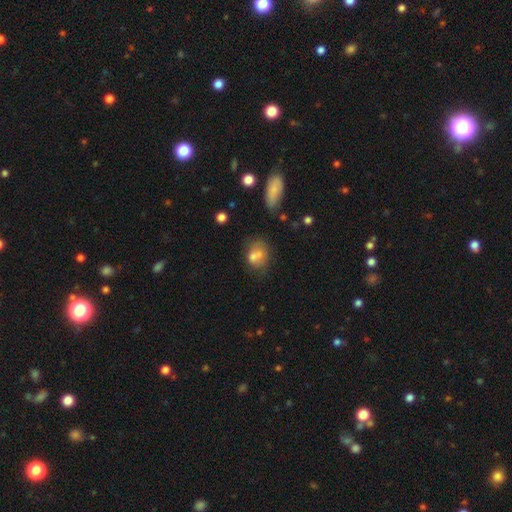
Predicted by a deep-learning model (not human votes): Smooth or featured: smooth — 69% (featured or disk — 19%)
How rounded: in between — 50% (round — 49%)
Merging: none — 38% (merger — 35%)